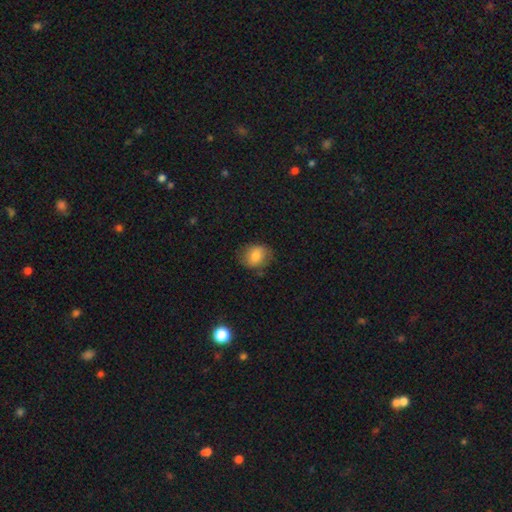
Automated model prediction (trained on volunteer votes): A smooth galaxy with no disk features (74%) that is round (55%). Merging: none (74%).